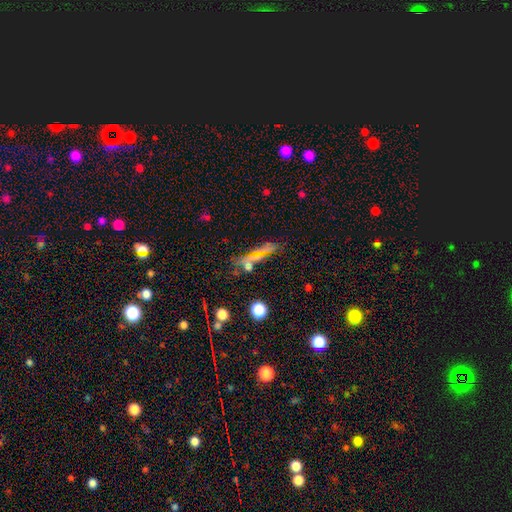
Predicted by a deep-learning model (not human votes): A smooth galaxy with no disk features (45%). Merging: none (61%).